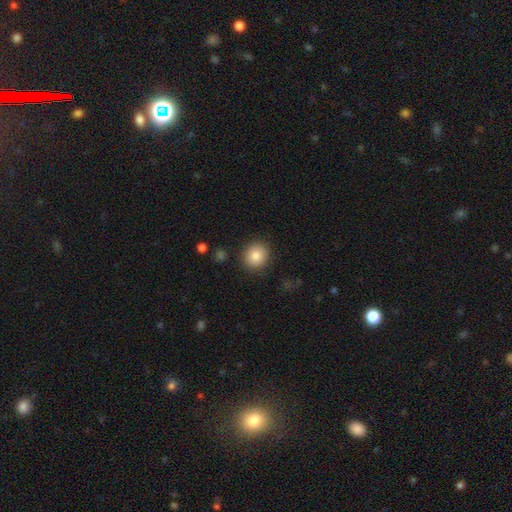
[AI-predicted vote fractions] A smooth galaxy with no disk features (85%) that is round (81%).

Vote fractions:
- Smooth or featured? smooth: 85% / star or artifact: 9% / featured or disk: 6%
- How rounded? round: 81% / in between: 18% / cigar-shaped: 1%
- Merging? none: 88% / minor disturbance: 8% / major disturbance: 3% / merger: 2%